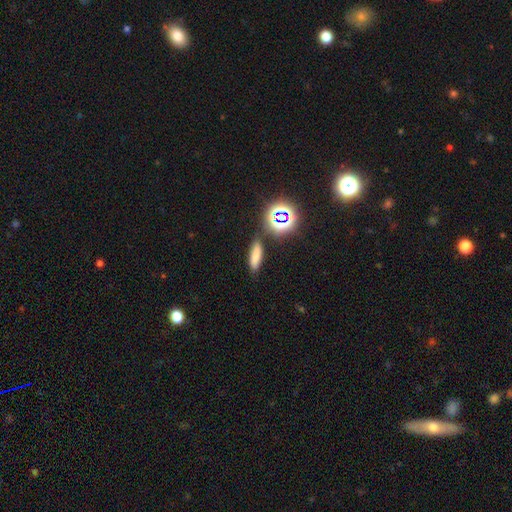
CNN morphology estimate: Smooth or featured?
  - smooth: 71% *
  - star or artifact: 21%
  - featured or disk: 9%
How rounded?
  - cigar-shaped: 51% *
  - in between: 39%
  - round: 10%
Merging?
  - none: 80% *
  - minor disturbance: 10%
  - merger: 6%
  - major disturbance: 3%